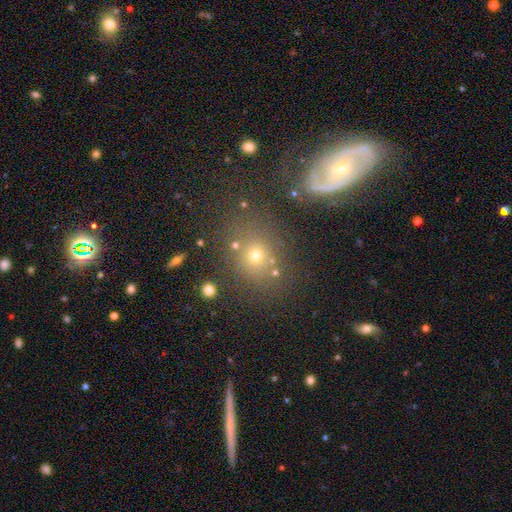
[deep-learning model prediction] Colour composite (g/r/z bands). It shows a smooth galaxy with no disk features (61%) that is round (66%). Merging: none (70%).